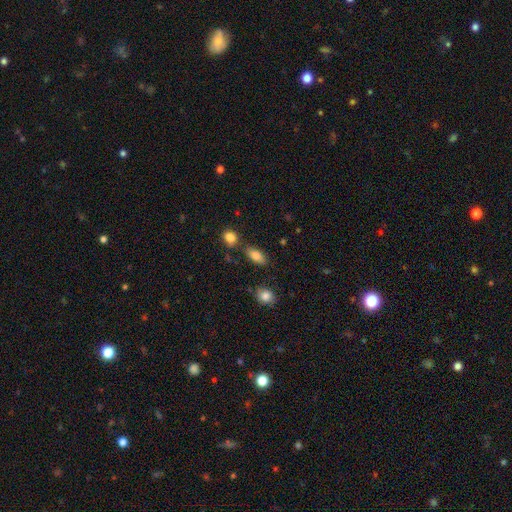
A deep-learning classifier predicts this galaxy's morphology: Smooth or featured? smooth (83%)
How rounded? in between (87%)
Merging? none (75%)